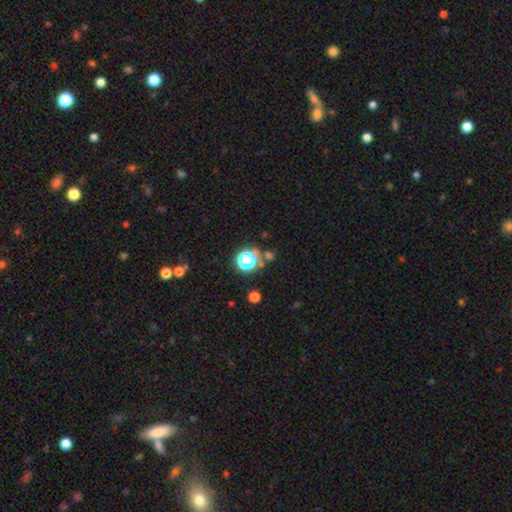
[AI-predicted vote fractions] Smooth or featured?
  - star or artifact: 68% *
  - smooth: 25%
  - featured or disk: 7%